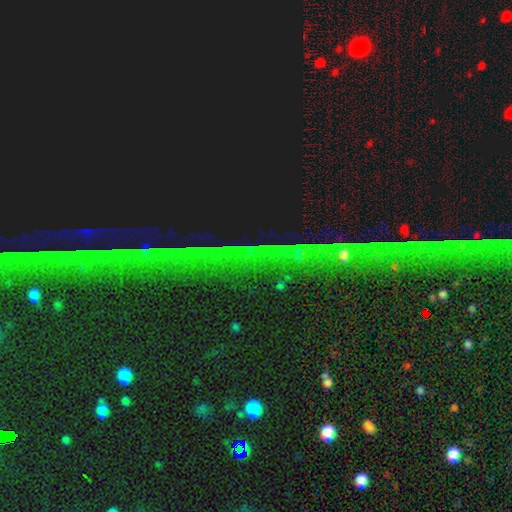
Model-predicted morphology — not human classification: Smooth or featured? Predicted: star or artifact (p=0.86).